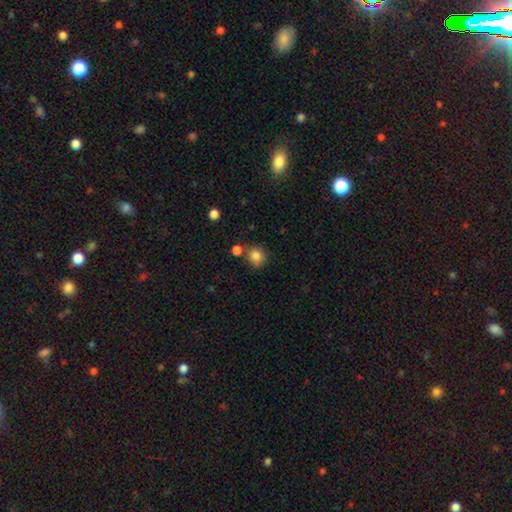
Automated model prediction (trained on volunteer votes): Smooth or featured?
  - smooth: 84% *
  - star or artifact: 10%
  - featured or disk: 6%
How rounded?
  - round: 85% *
  - in between: 14%
  - cigar-shaped: 1%
Merging?
  - none: 69% *
  - merger: 15%
  - minor disturbance: 13%
  - major disturbance: 4%